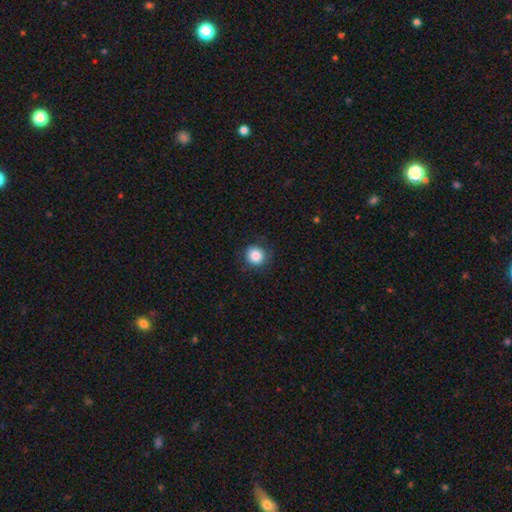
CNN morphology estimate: A smooth galaxy with no disk features (86%) that is round (91%). Merging: none (85%).